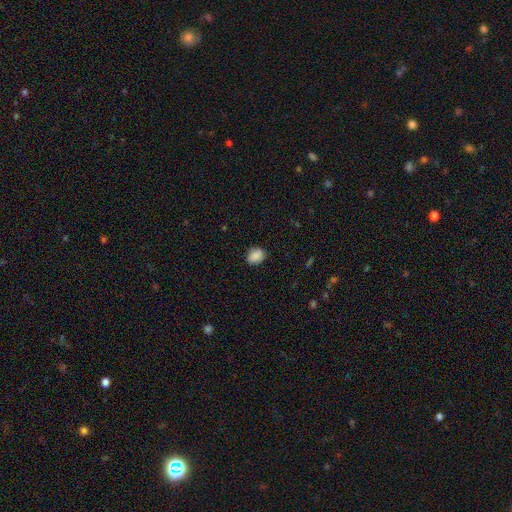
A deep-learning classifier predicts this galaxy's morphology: The model was most divided on "how rounded": round: 54%, in between: 45%, cigar-shaped: 1%. More confident: smooth or featured — smooth (88%); merging — none (86%).